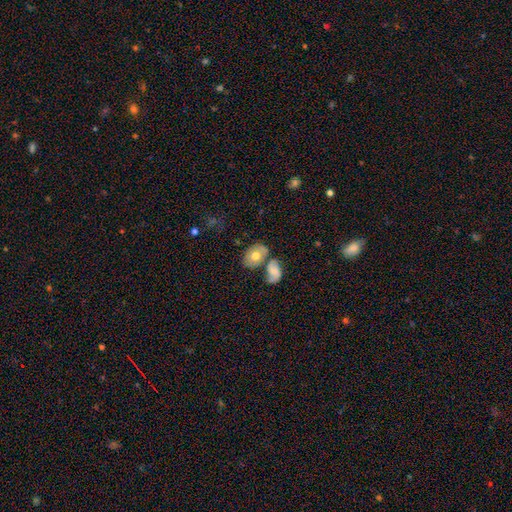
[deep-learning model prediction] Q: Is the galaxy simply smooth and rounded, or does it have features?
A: smooth — 47%.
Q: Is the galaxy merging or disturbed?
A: none — 49%.